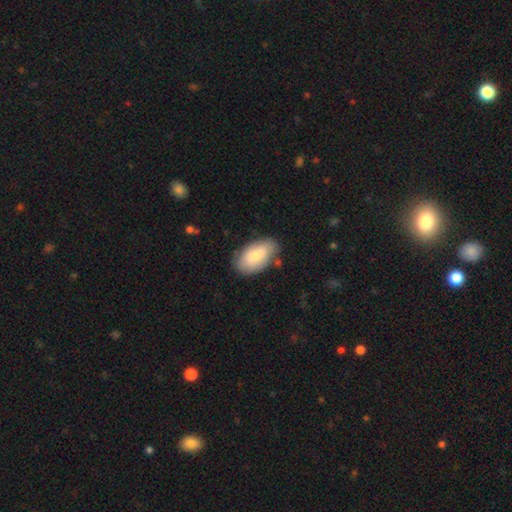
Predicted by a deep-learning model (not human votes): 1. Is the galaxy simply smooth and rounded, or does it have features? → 79% smooth, 15% featured or disk, 6% star or artifact.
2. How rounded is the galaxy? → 94% in between, 3% round, 3% cigar-shaped.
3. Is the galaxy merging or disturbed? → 77% none, 16% minor disturbance, 4% major disturbance, 3% merger.